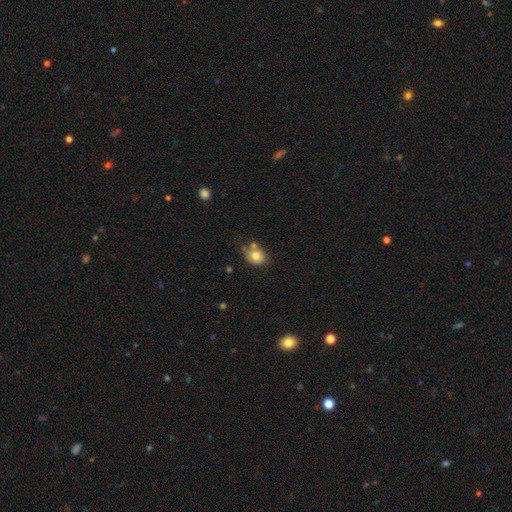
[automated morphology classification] smooth_or_featured: smooth (p=0.78) [alt: featured or disk p=0.13]
how_rounded: round (p=0.54) [alt: in between p=0.45]
merging: none (p=0.55) [alt: minor disturbance p=0.22]